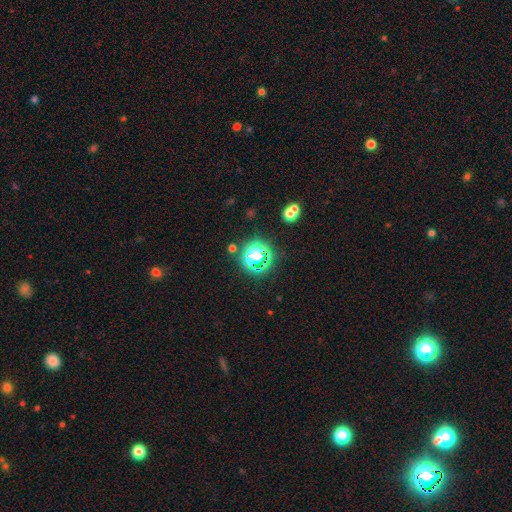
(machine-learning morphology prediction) A star or artifact, not a galaxy (56%).

Vote fractions:
- Smooth or featured? star or artifact: 56% / smooth: 33% / featured or disk: 11%